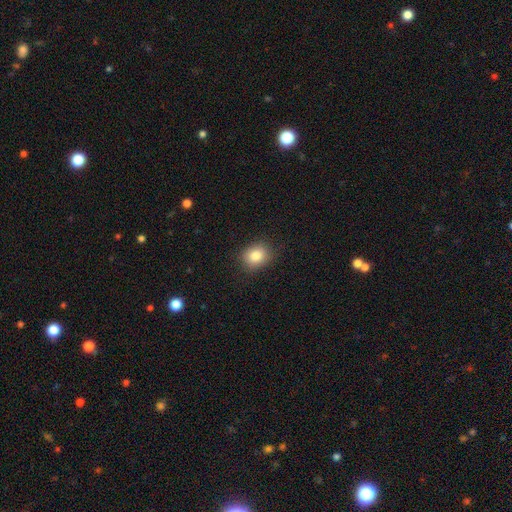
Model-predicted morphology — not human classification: type=smooth (83%); roundness=round (57%); merging=none (86%).